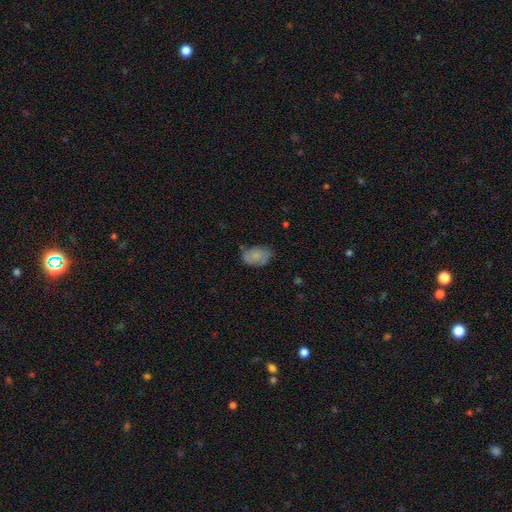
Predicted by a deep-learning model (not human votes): Morphology: type=smooth (70%); roundness=in between (87%); merging=none (65%).